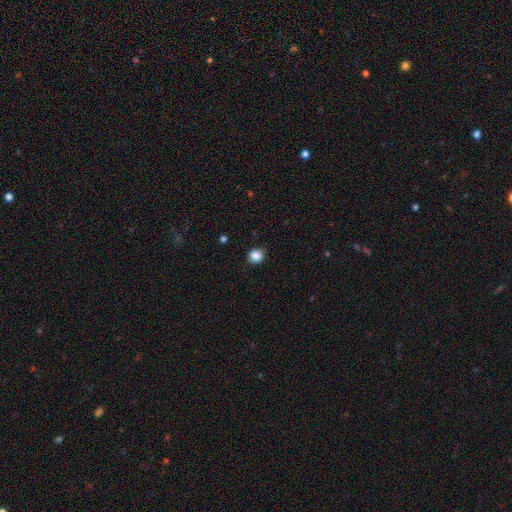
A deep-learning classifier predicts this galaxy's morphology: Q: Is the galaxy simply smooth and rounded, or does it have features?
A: smooth — 87%.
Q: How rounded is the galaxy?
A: round — 82%.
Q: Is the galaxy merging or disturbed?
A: none — 86%.